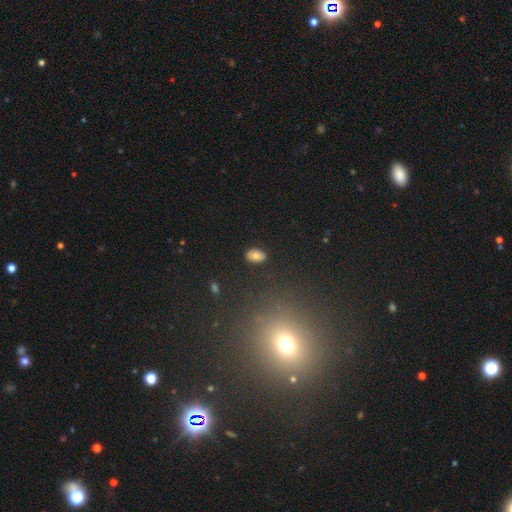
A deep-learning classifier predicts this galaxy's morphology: smooth_or_featured: smooth (p=0.74) [alt: featured or disk p=0.14]
how_rounded: in between (p=0.88) [alt: round p=0.10]
merging: none (p=0.84) [alt: minor disturbance p=0.11]